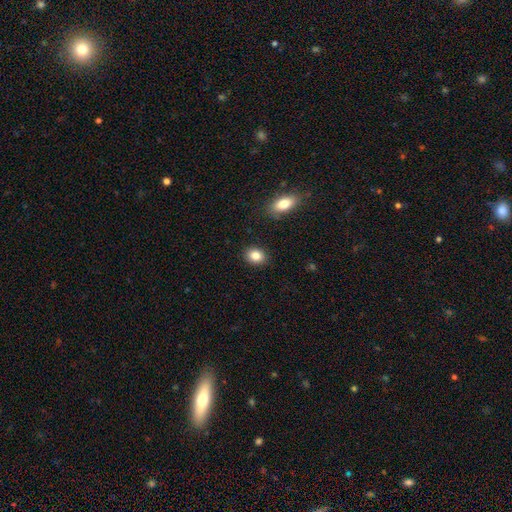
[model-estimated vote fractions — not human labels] smooth_or_featured: smooth (p=0.85) [alt: star or artifact p=0.09]
how_rounded: in between (p=0.51) [alt: round p=0.48]
merging: none (p=0.89) [alt: minor disturbance p=0.07]